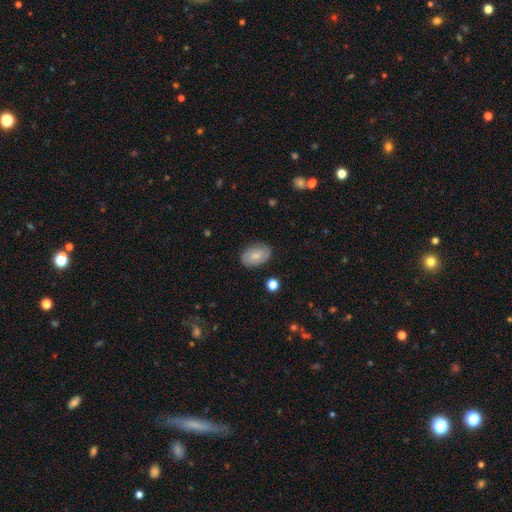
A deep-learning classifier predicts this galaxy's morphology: Smooth or featured: smooth — 69% (featured or disk — 24%)
How rounded: in between — 91% (round — 8%)
Merging: none — 85% (minor disturbance — 11%)